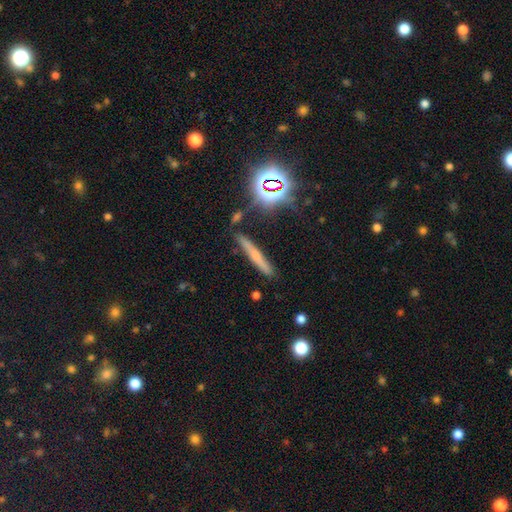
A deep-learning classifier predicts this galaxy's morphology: A smooth galaxy with no disk features (49%).

Vote fractions:
- Smooth or featured? smooth: 49% / featured or disk: 32% / star or artifact: 19%
- Merging? none: 85% / minor disturbance: 9% / merger: 3% / major disturbance: 3%